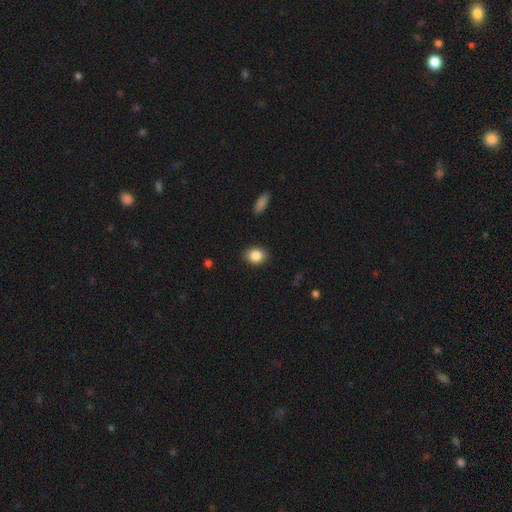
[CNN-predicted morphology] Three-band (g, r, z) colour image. It shows a smooth galaxy with no disk features (86%) that is in between round and cigar-shaped (62%). Merging: none (88%).